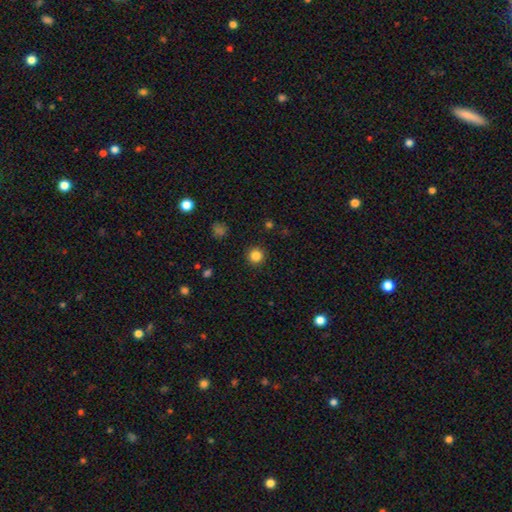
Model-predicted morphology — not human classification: smooth_or_featured: smooth (p=0.84) [alt: star or artifact p=0.12]
how_rounded: round (p=0.95) [alt: in between p=0.04]
merging: none (p=0.92) [alt: minor disturbance p=0.05]